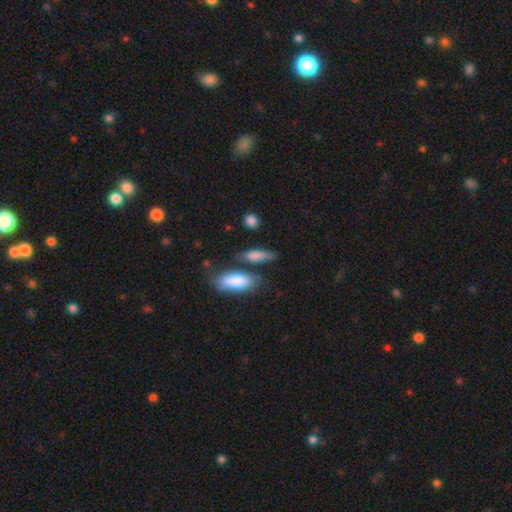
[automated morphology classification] Q: Smooth or featured?
A: smooth (79%); runner-up: featured or disk (14%)
Q: How rounded?
A: cigar-shaped (48%); runner-up: in between (47%)
Q: Merging?
A: none (63%); runner-up: minor disturbance (17%)